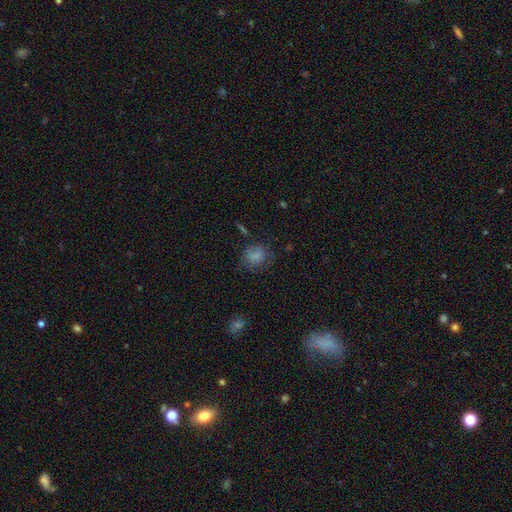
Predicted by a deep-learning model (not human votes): Overall: smooth (77%). How rounded: round (62%; in between 37%). Merging: none (64%).